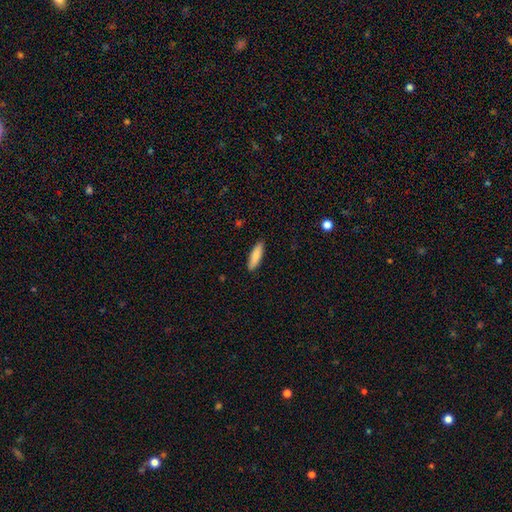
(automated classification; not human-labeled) Smooth or featured?
  - smooth: 84% *
  - featured or disk: 10%
  - star or artifact: 6%
How rounded?
  - cigar-shaped: 59% *
  - in between: 39%
  - round: 2%
Merging?
  - none: 89% *
  - minor disturbance: 8%
  - major disturbance: 2%
  - merger: 1%